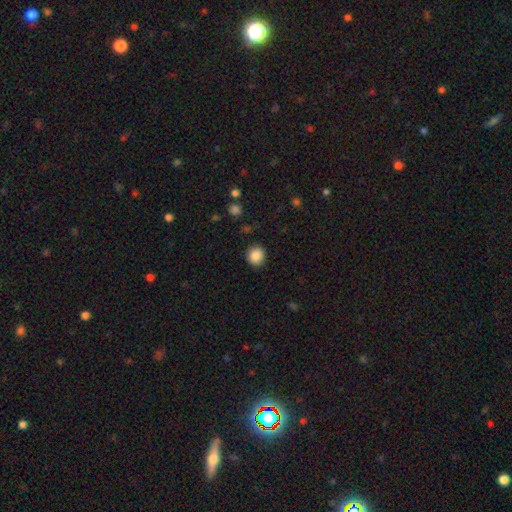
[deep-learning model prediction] This appears to be a smooth galaxy with no disk features (87%) that is round (88%). Merging: none (89%).